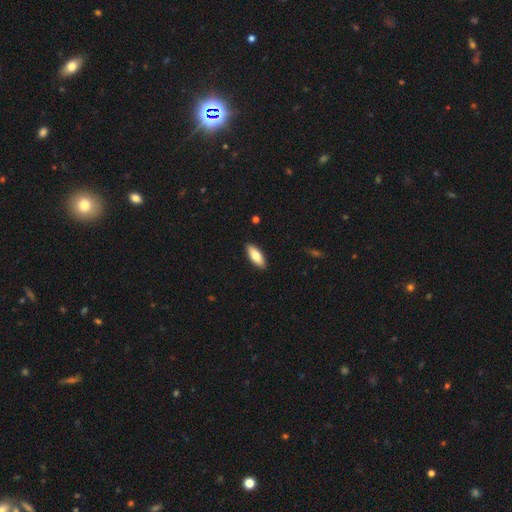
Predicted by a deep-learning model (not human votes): smooth_or_featured: smooth (p=0.78) [alt: featured or disk p=0.17]
how_rounded: in between (p=0.75) [alt: cigar-shaped p=0.23]
merging: none (p=0.89) [alt: minor disturbance p=0.08]